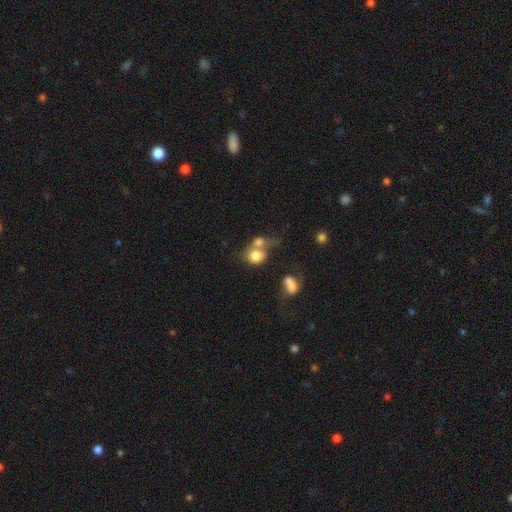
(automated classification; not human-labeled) Morphology: type=smooth (78%); roundness=round (69%); merging=merger (56%).